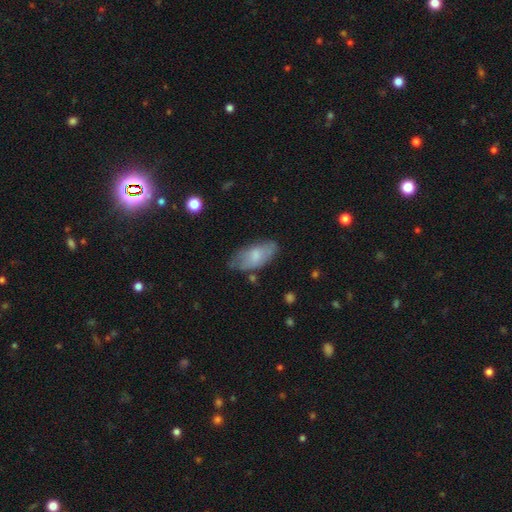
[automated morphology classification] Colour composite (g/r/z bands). It shows a smooth galaxy with no disk features (67%) that is in between round and cigar-shaped (90%). Merging: none (63%).